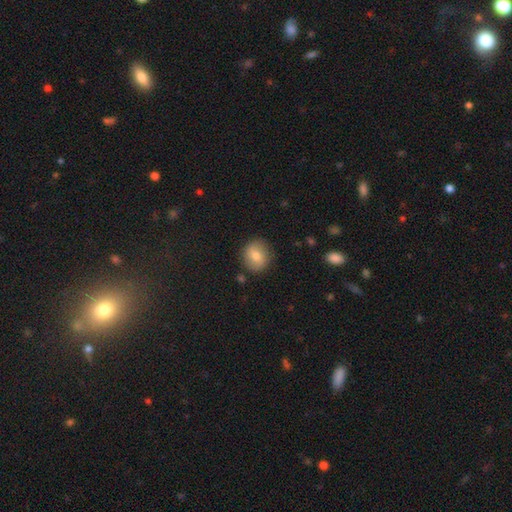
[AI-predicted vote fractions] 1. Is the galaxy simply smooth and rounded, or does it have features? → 74% smooth, 18% featured or disk, 8% star or artifact.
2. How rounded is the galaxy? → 78% round, 21% in between, 1% cigar-shaped.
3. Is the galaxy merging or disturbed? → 85% none, 10% minor disturbance, 3% major disturbance, 2% merger.